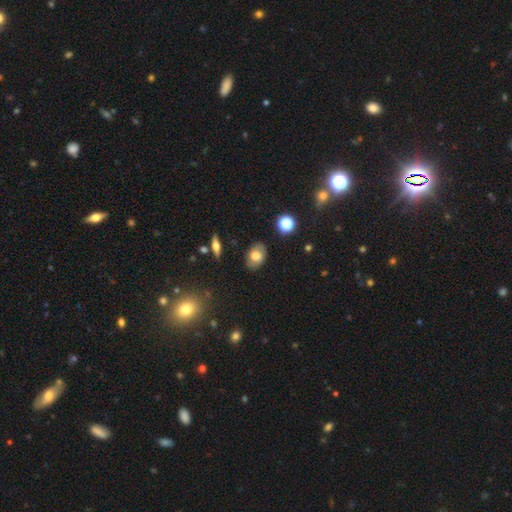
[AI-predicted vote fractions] Overall: smooth (69%). How rounded: in between (83%). Merging: none (83%).